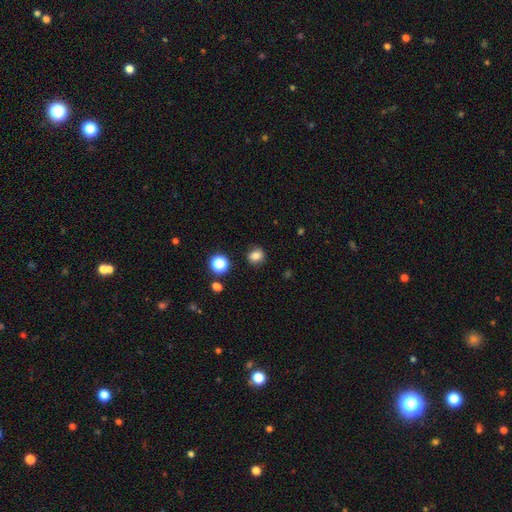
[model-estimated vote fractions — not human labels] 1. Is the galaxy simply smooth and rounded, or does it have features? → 81% smooth, 13% star or artifact, 6% featured or disk.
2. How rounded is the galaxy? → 80% round, 19% in between, 1% cigar-shaped.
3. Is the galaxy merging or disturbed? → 87% none, 8% minor disturbance, 2% major disturbance, 2% merger.